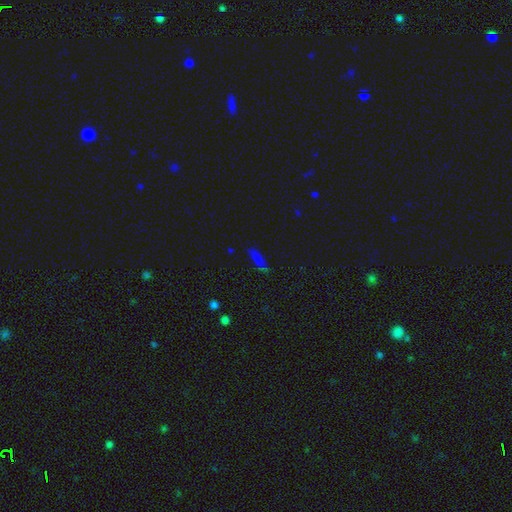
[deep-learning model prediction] A smooth galaxy with no disk features (61%) that is cigar-shaped (57%). Merging: none (67%).